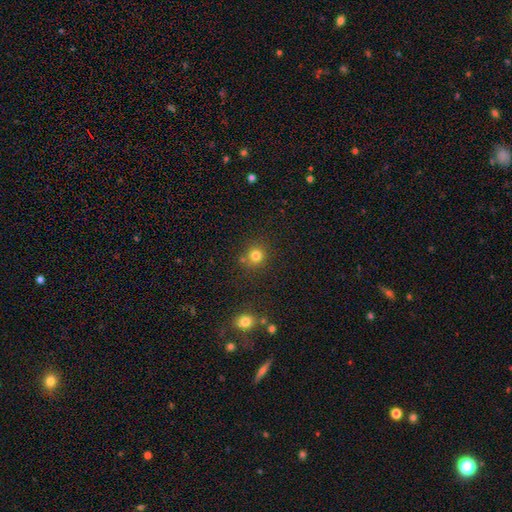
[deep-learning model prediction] Smooth or featured?
  - smooth: 79% *
  - star or artifact: 15%
  - featured or disk: 6%
How rounded?
  - round: 92% *
  - in between: 7%
  - cigar-shaped: 1%
Merging?
  - none: 78% *
  - merger: 10%
  - minor disturbance: 9%
  - major disturbance: 3%